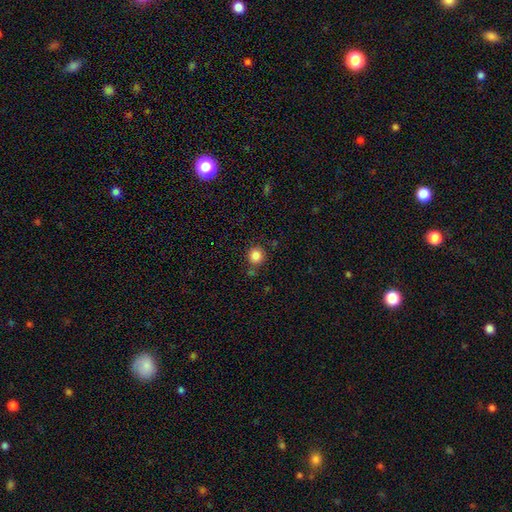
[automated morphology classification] Smooth or featured? smooth (85%)
How rounded? round (90%)
Merging? none (79%)